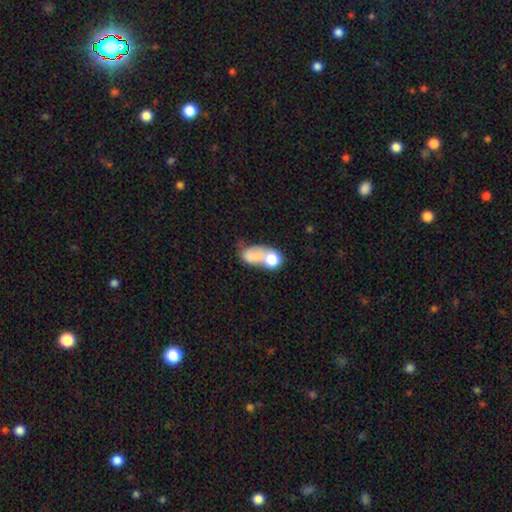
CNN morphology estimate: This is likely a smooth galaxy (70%). How rounded: likely in between (74%). Merging: possibly merger (53%).